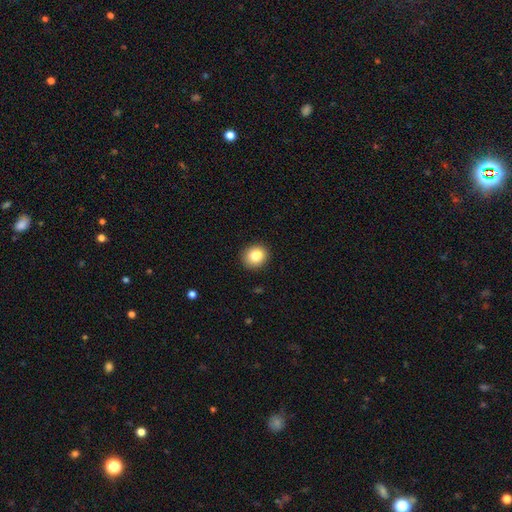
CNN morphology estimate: This appears to be a smooth galaxy with no disk features (83%) that is round (75%). Merging: none (84%).